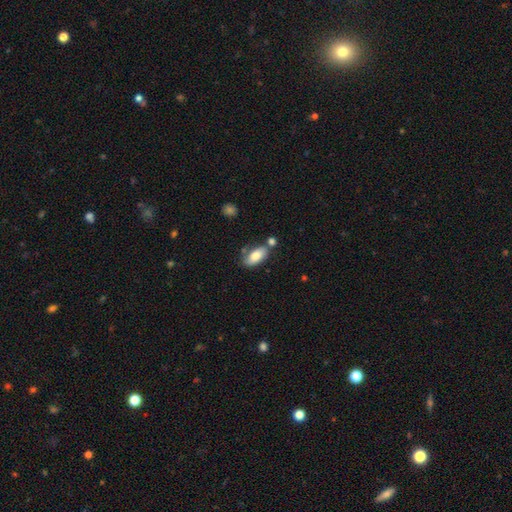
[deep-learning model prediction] This is clearly a smooth galaxy (80%). How rounded: clearly in between (90%). Merging: possibly none (58%).